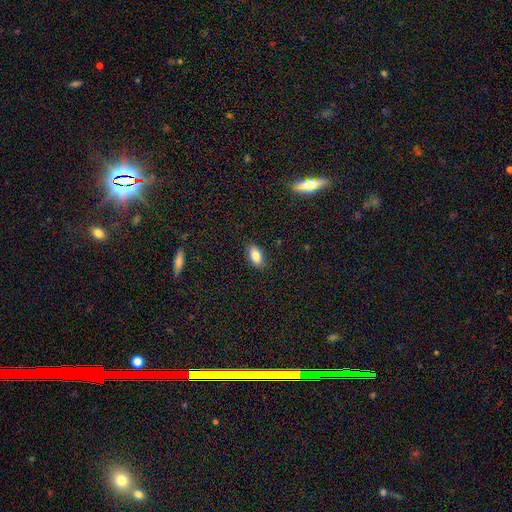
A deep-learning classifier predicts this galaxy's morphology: Smooth or featured: smooth — 83% (featured or disk — 9%)
How rounded: in between — 91% (round — 5%)
Merging: none — 86% (minor disturbance — 11%)